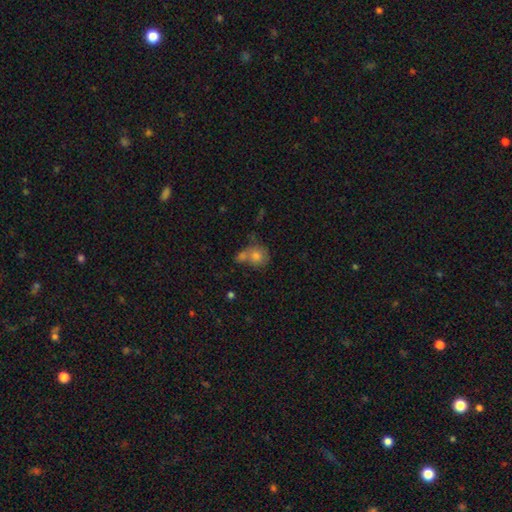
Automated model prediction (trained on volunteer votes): Q: Smooth or featured?
A: smooth (75%); runner-up: featured or disk (14%)
Q: How rounded?
A: round (75%); runner-up: in between (23%)
Q: Merging?
A: merger (43%); runner-up: none (39%)